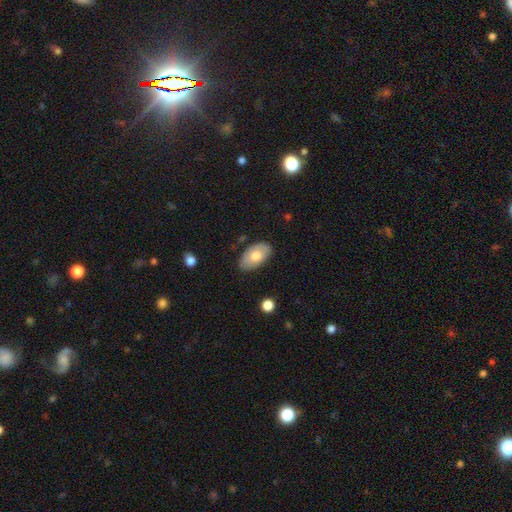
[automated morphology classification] Smooth or featured? smooth (69%)
How rounded? in between (94%)
Merging? none (80%)